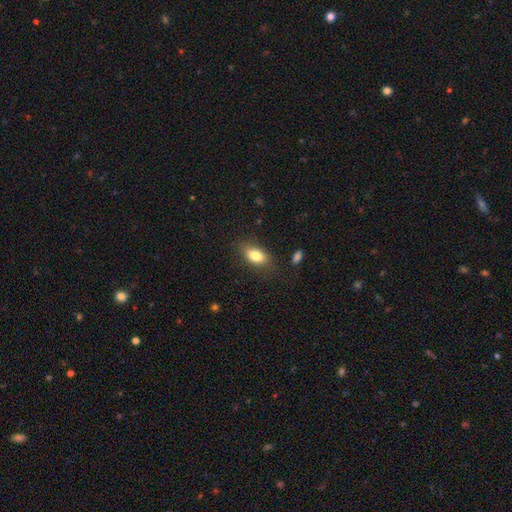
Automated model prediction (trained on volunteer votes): smooth_or_featured: smooth (p=0.81) [alt: featured or disk p=0.11]
how_rounded: in between (p=0.86) [alt: round p=0.10]
merging: none (p=0.80) [alt: minor disturbance p=0.14]